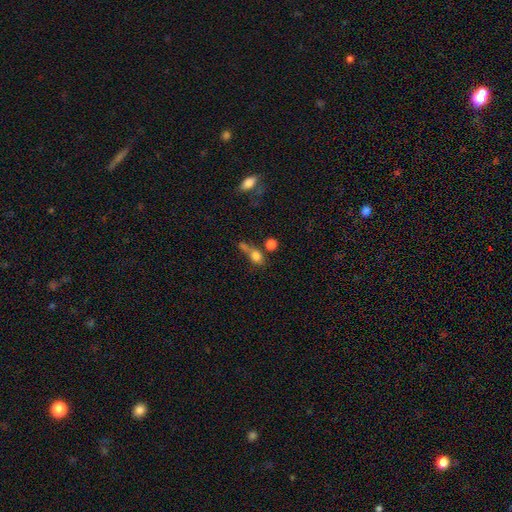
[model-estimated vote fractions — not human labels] Smooth or featured: smooth — 76% (star or artifact — 13%)
How rounded: in between — 50% (round — 45%)
Merging: merger — 40% (none — 35%)